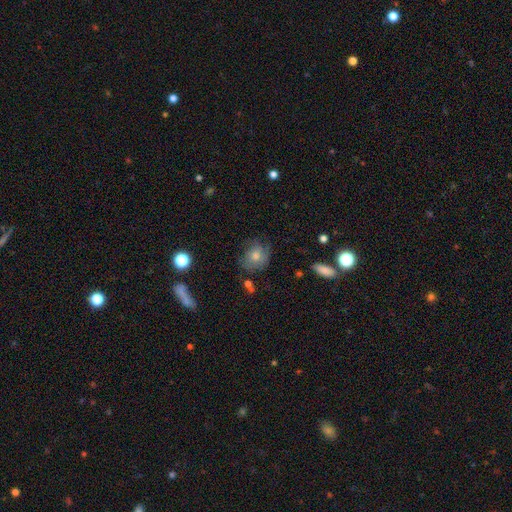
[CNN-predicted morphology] Q: Smooth or featured?
A: smooth (46%); runner-up: featured or disk (38%)
Q: Merging?
A: none (67%); runner-up: minor disturbance (20%)